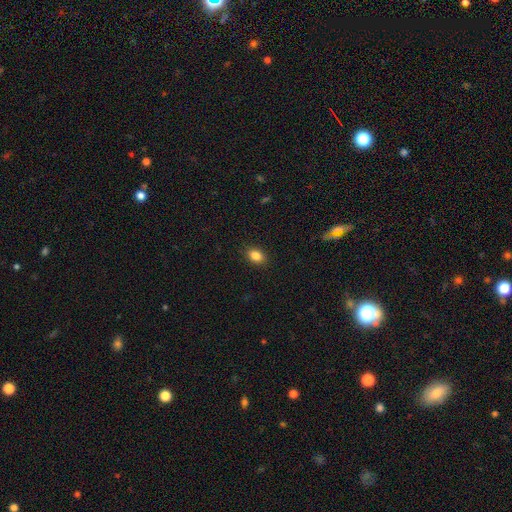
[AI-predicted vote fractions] A smooth galaxy with no disk features (85%) that is in between round and cigar-shaped (78%).

Vote fractions:
- Smooth or featured? smooth: 85% / star or artifact: 9% / featured or disk: 6%
- How rounded? in between: 78% / round: 20% / cigar-shaped: 2%
- Merging? none: 90% / minor disturbance: 7% / major disturbance: 2% / merger: 1%